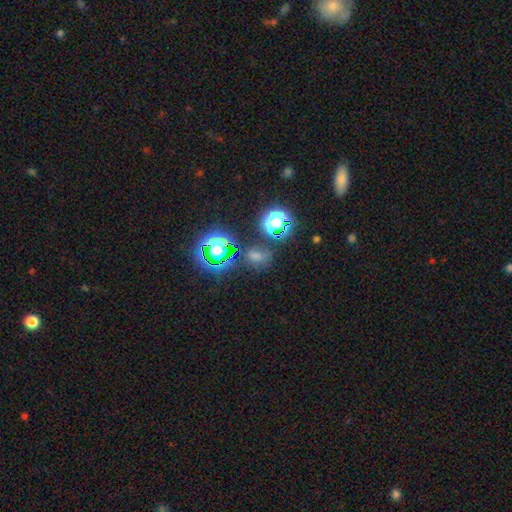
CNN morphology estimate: smooth_or_featured: star or artifact (p=0.52) [alt: smooth p=0.39]